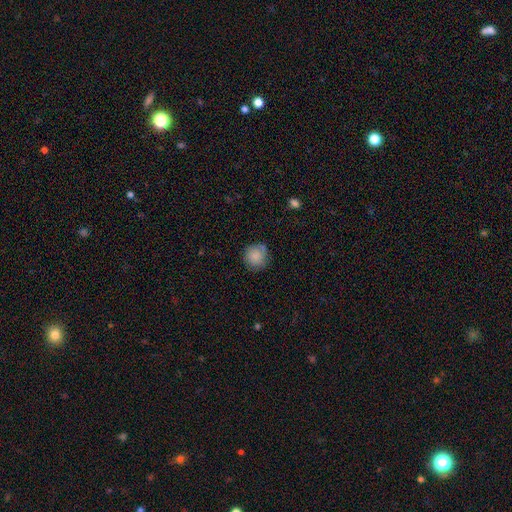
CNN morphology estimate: This appears to be a smooth galaxy with no disk features (85%) that is round (92%). Merging: none (75%).